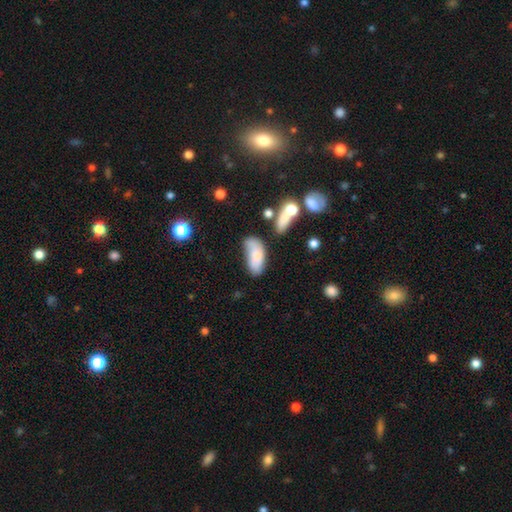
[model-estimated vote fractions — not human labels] The model was most divided on "merging": none: 40%, minor disturbance: 29%, major disturbance: 16%, merger: 15%. More confident: how rounded — in between (89%); smooth or featured — smooth (74%).